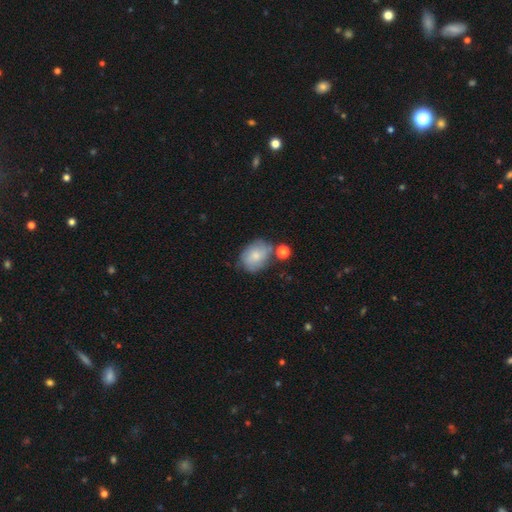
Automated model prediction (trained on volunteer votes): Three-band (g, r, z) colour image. It shows a smooth galaxy with no disk features (67%) that is in between round and cigar-shaped (61%). Merging: none (56%).